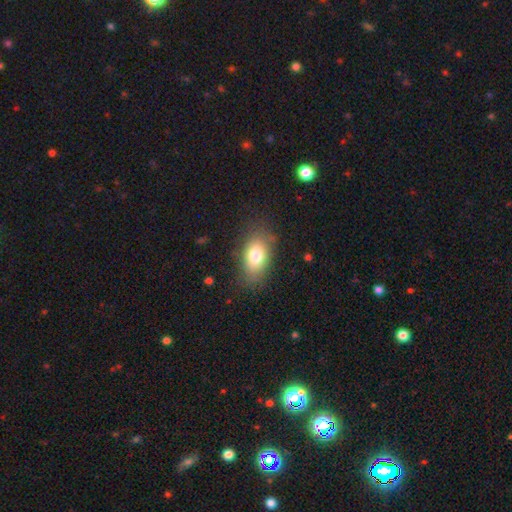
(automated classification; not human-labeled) Smooth or featured: smooth — 77% (featured or disk — 14%)
How rounded: in between — 87% (round — 10%)
Merging: none — 78% (minor disturbance — 15%)